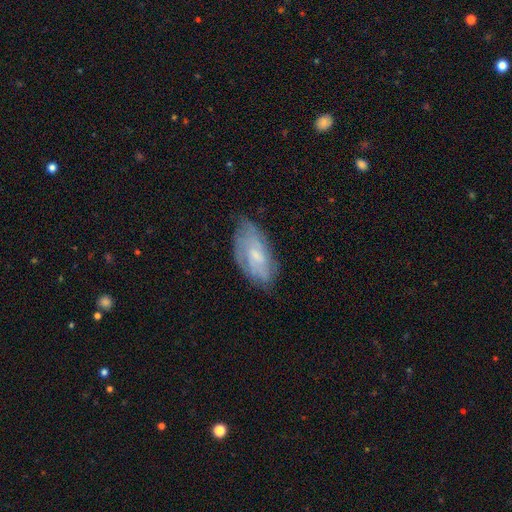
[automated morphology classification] A featured or disk galaxy (50%).

Vote fractions:
- Smooth or featured? featured or disk: 50% / smooth: 42% / star or artifact: 8%
- Merging? none: 61% / minor disturbance: 28% / major disturbance: 9% / merger: 1%